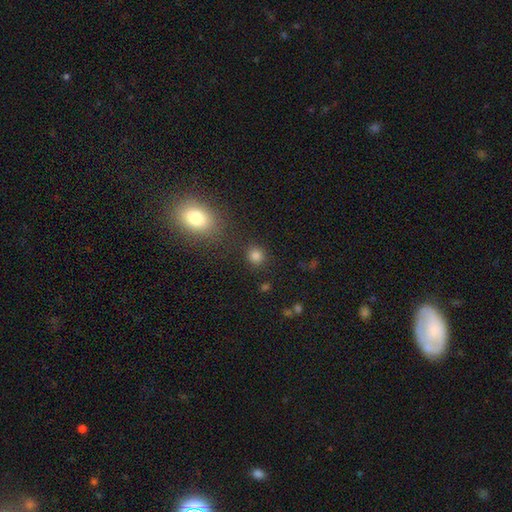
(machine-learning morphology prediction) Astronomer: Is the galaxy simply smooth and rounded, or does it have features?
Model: smooth — 82%.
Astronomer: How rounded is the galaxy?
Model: round — 84%.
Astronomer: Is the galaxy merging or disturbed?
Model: none — 82%.